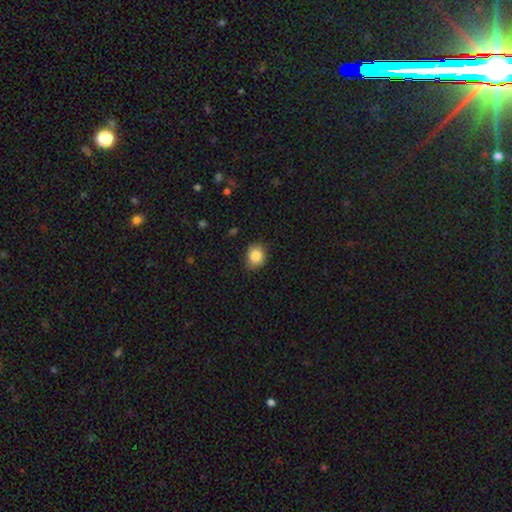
Q: Smooth or featured?
A: smooth (87%); runner-up: featured or disk (8%)
Q: How rounded?
A: round (61%); runner-up: in between (39%)
Q: Merging?
A: none (81%); runner-up: minor disturbance (14%)